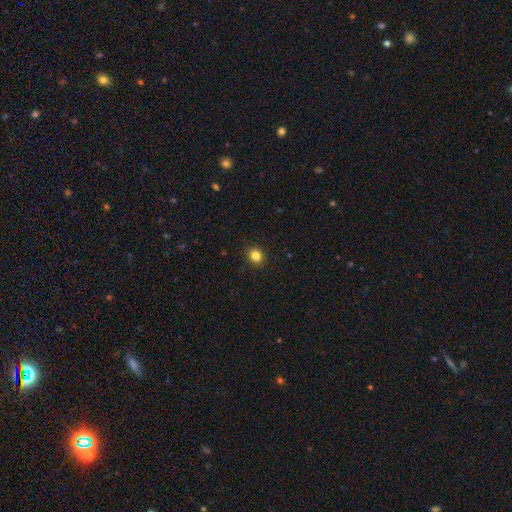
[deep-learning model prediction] A smooth galaxy with no disk features (84%) that is round (71%). Merging: none (91%).